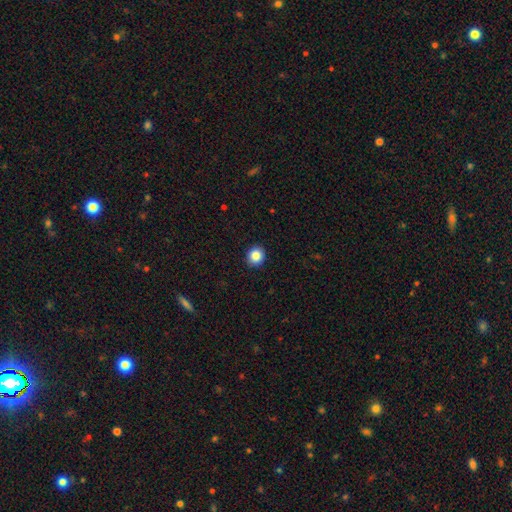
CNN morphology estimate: smooth 86%, star or artifact 10%, featured or disk 4%. Down the decision tree: how rounded — round (88%); merging — none (92%).